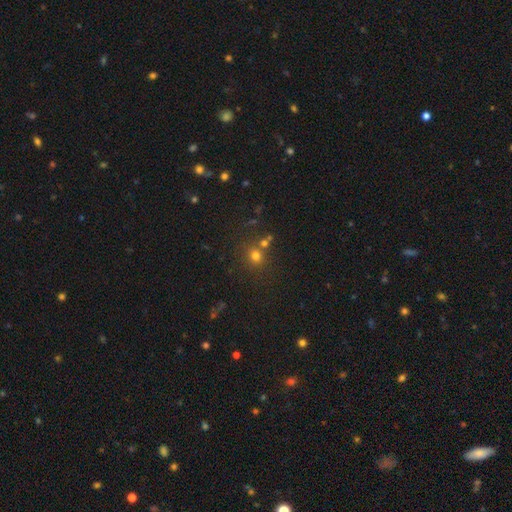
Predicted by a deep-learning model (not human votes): Smooth or featured? smooth (71%)
How rounded? round (85%)
Merging? none (69%)